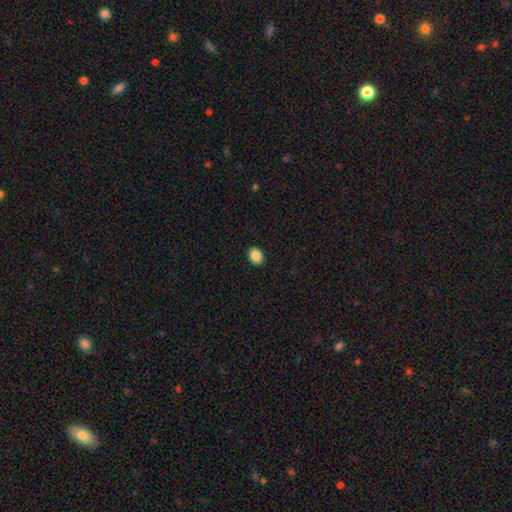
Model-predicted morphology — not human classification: Q: Smooth or featured?
A: smooth (89%); runner-up: star or artifact (8%)
Q: How rounded?
A: in between (63%); runner-up: round (36%)
Q: Merging?
A: none (91%); runner-up: minor disturbance (6%)